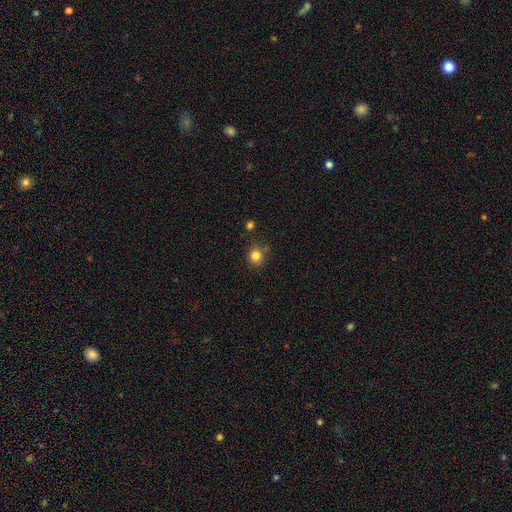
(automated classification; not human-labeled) This is clearly a smooth galaxy (83%). How rounded: clearly round (86%). Merging: clearly none (81%).